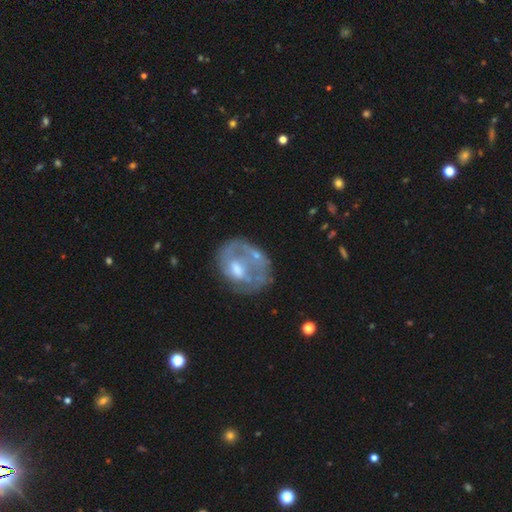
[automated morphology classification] Smooth or featured? Predicted: featured or disk (p=0.58). Edge-on disk? Predicted: no (p=0.96). Bar? Predicted: no (p=0.76). Spiral arms? Predicted: no (p=0.67). Bulge size? Predicted: moderate (p=0.55). Merging? Predicted: none (p=0.42).